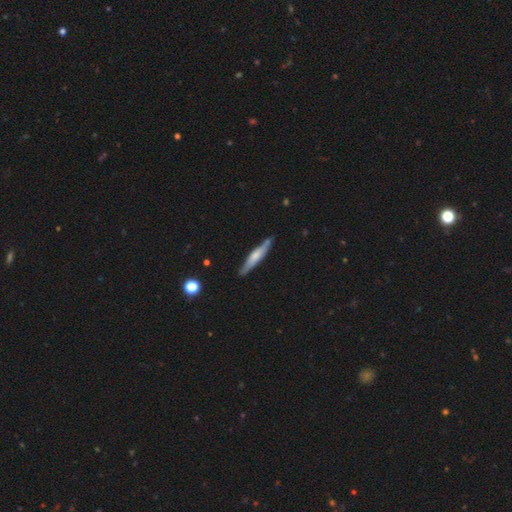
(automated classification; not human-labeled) Smooth or featured? smooth (47%, tied with featured or disk)
Merging? none (82%)